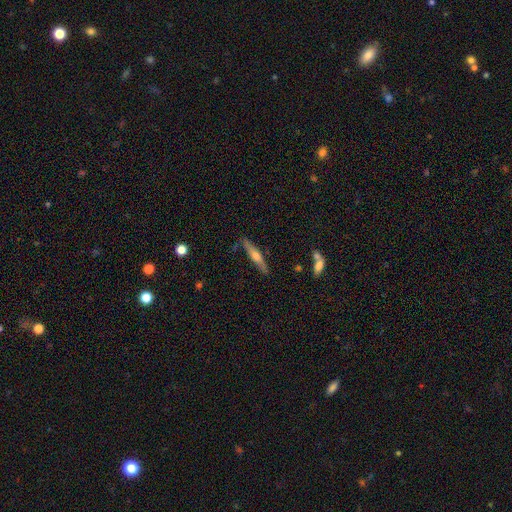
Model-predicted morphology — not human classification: smooth-or-featured: featured or disk: 63% | smooth: 31% | star or artifact: 7%
  disk-edge-on: yes: 95% | no: 5%
    edge-on-bulge: rounded: 85% | none: 8% | boxy: 8%
  merging: none: 83% | minor disturbance: 12% | merger: 3% | major disturbance: 3%